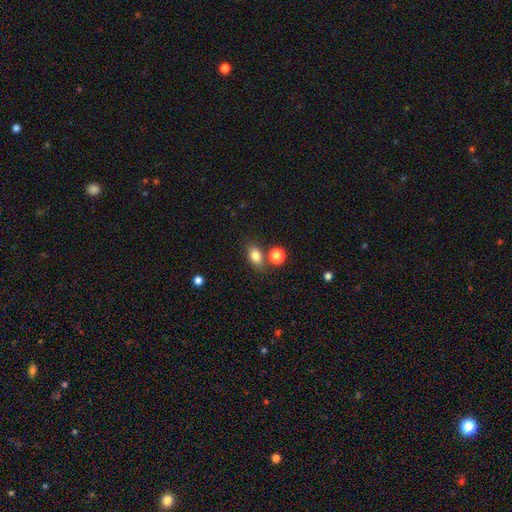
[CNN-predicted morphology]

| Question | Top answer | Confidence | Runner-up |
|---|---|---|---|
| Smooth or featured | smooth | 82% | star or artifact (10%) |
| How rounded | in between | 74% | round (23%) |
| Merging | none | 70% | merger (15%) |